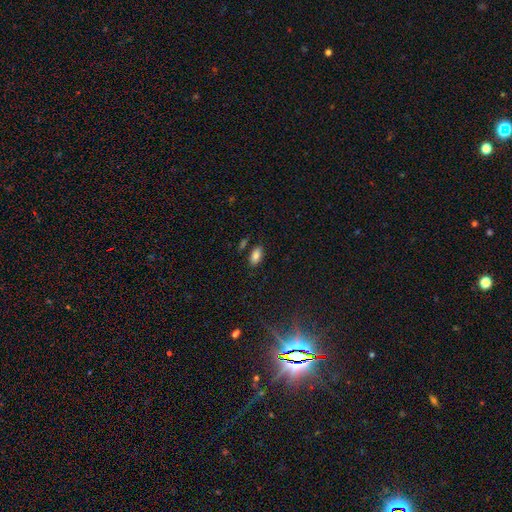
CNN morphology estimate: Overall: smooth (82%). How rounded: in between (93%). Merging: none (82%).